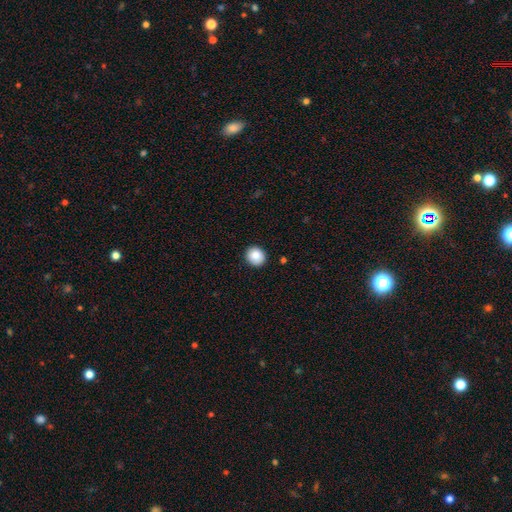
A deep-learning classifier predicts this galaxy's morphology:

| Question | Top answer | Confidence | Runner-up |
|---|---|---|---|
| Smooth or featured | smooth | 88% | star or artifact (8%) |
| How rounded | round | 86% | in between (13%) |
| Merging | none | 91% | minor disturbance (6%) |